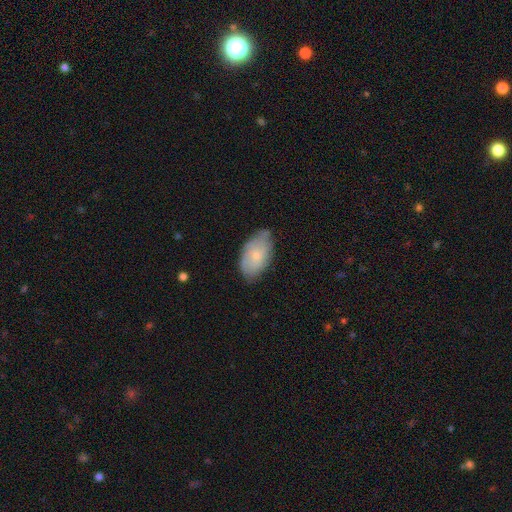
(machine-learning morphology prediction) A smooth galaxy with no disk features (58%) that is in between round and cigar-shaped (93%). Merging: none (64%).